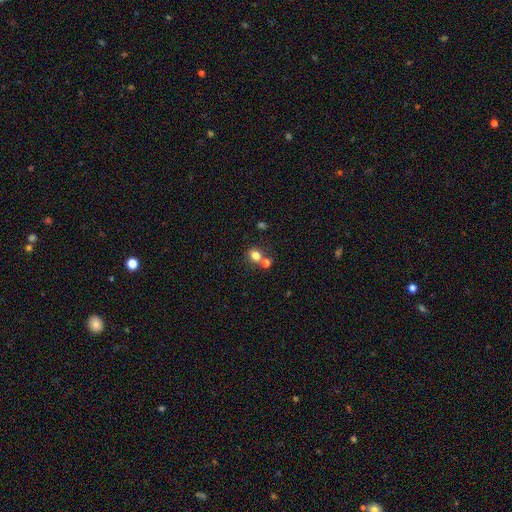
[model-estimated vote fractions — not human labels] smooth_or_featured: smooth (p=0.79) [alt: star or artifact p=0.13]
how_rounded: round (p=0.64) [alt: in between p=0.35]
merging: none (p=0.56) [alt: merger p=0.31]